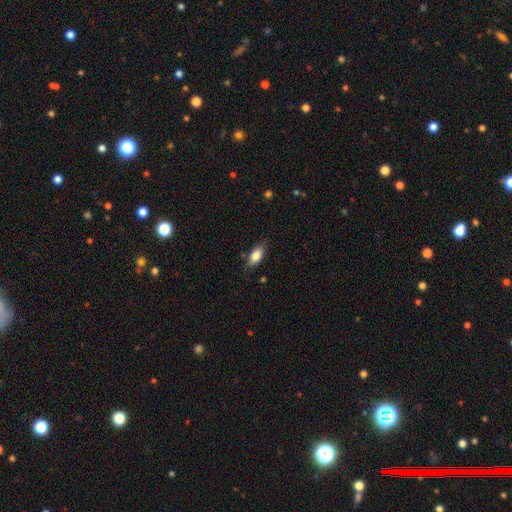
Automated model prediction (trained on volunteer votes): Overall: smooth (82%). How rounded: in between (86%). Merging: none (81%).